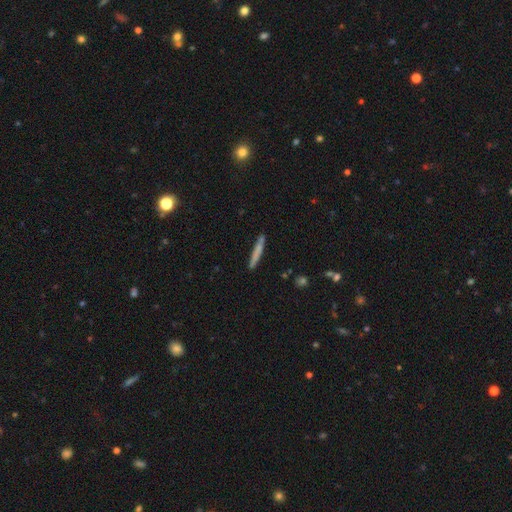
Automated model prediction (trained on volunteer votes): Overall: smooth (65%; featured or disk 27%). How rounded: cigar-shaped (96%). Merging: none (88%).